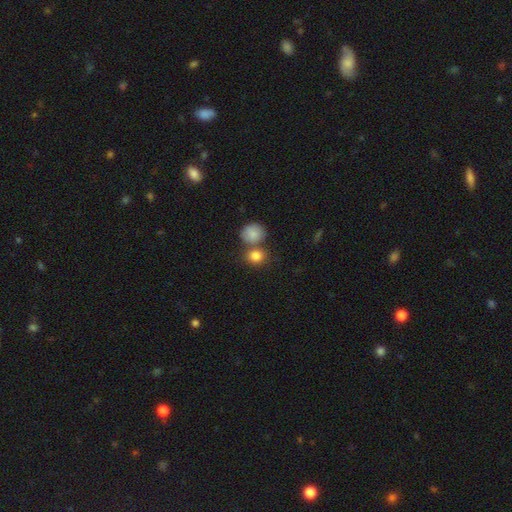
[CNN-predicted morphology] Smooth or featured? smooth (83%)
How rounded? round (70%)
Merging? none (51%)